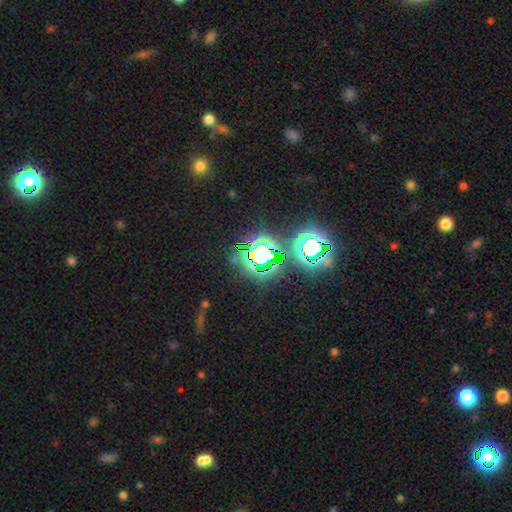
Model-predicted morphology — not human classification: Smooth or featured? star or artifact (78%)